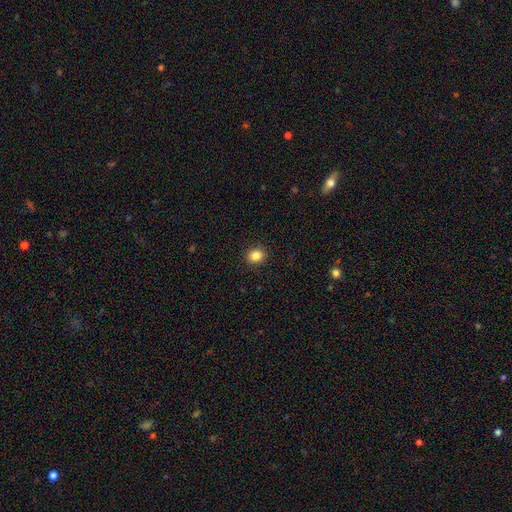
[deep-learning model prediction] smooth_or_featured: smooth (p=0.86) [alt: star or artifact p=0.10]
how_rounded: round (p=0.71) [alt: in between p=0.28]
merging: none (p=0.91) [alt: minor disturbance p=0.06]